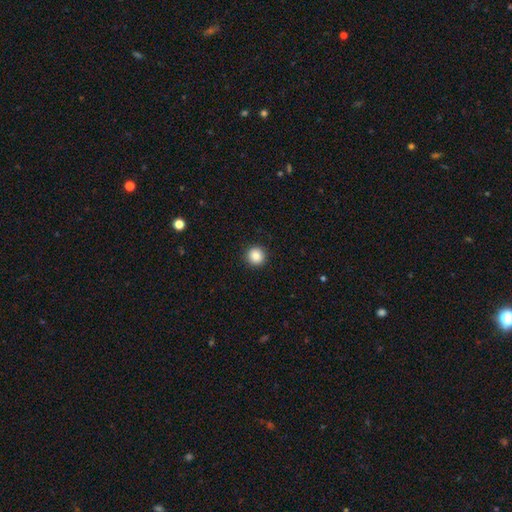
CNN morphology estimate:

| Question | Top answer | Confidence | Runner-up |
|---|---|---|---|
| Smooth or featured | smooth | 86% | star or artifact (10%) |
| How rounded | round | 95% | in between (4%) |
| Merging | none | 93% | minor disturbance (4%) |